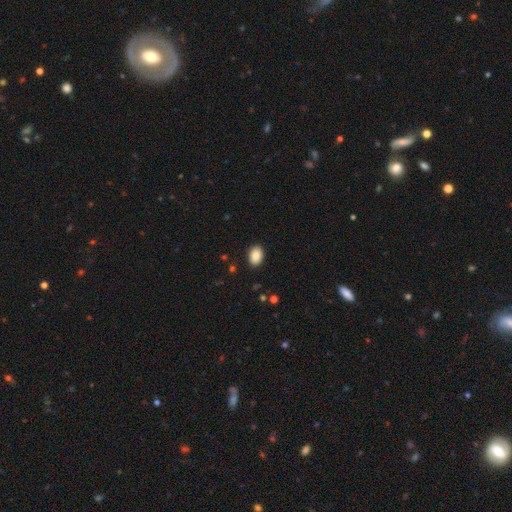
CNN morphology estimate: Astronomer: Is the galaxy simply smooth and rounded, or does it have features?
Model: smooth — 89%.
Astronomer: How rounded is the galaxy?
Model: in between — 82%.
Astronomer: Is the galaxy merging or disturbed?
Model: none — 89%.